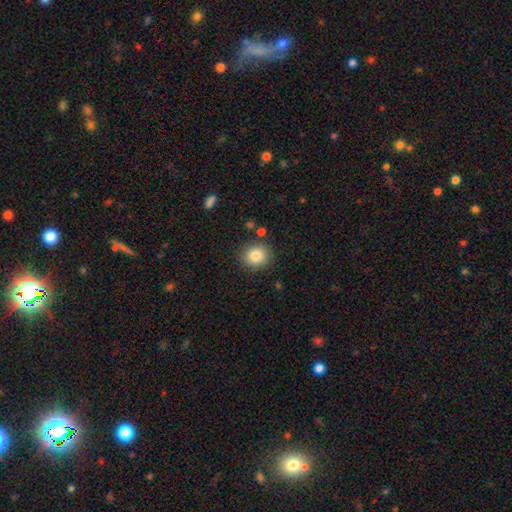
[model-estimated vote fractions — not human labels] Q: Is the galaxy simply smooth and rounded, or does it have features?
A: smooth — 84%.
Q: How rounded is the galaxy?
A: round — 79%.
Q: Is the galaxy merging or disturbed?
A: none — 86%.